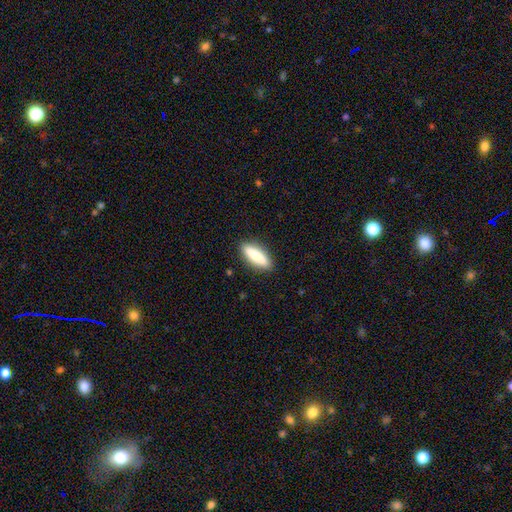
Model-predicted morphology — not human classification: This appears to be a smooth galaxy with no disk features (83%) that is cigar-shaped (55%). Merging: none (88%).